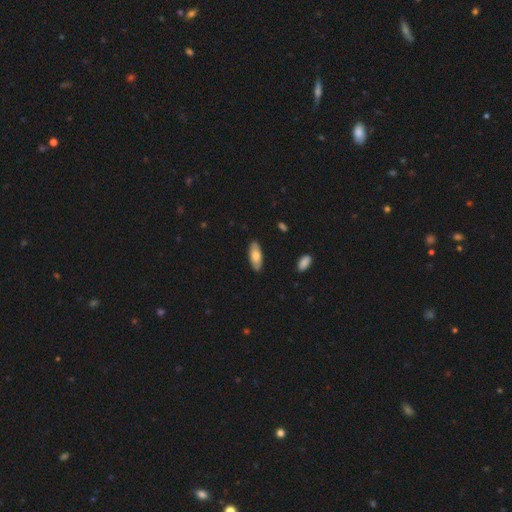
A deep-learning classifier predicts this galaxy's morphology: A smooth galaxy with no disk features (76%) that is in between round and cigar-shaped (79%).

Vote fractions:
- Smooth or featured? smooth: 76% / featured or disk: 18% / star or artifact: 6%
- How rounded? in between: 79% / cigar-shaped: 19% / round: 2%
- Merging? none: 88% / minor disturbance: 9% / major disturbance: 2% / merger: 1%